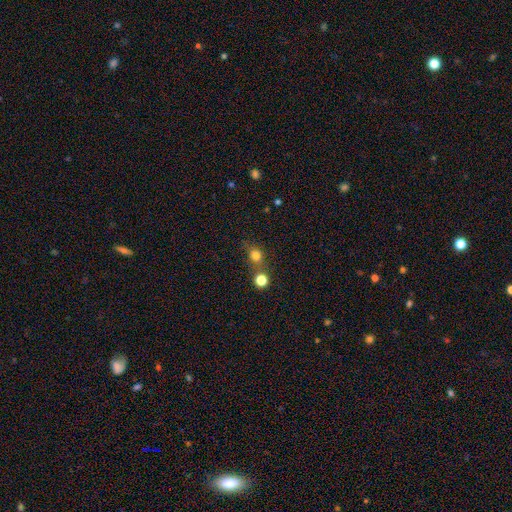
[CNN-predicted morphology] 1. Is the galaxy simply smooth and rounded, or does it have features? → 77% smooth, 15% star or artifact, 7% featured or disk.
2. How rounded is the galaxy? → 75% round, 24% in between, 1% cigar-shaped.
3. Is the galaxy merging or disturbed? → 61% none, 22% merger, 12% minor disturbance, 5% major disturbance.